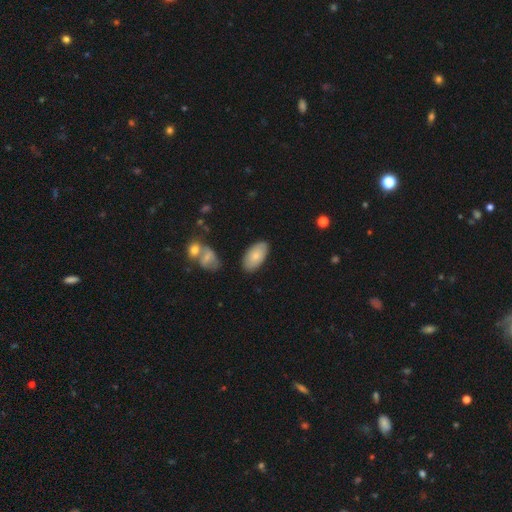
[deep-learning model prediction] Smooth or featured: smooth — 77% (featured or disk — 17%)
How rounded: in between — 95% (round — 3%)
Merging: none — 80% (minor disturbance — 13%)